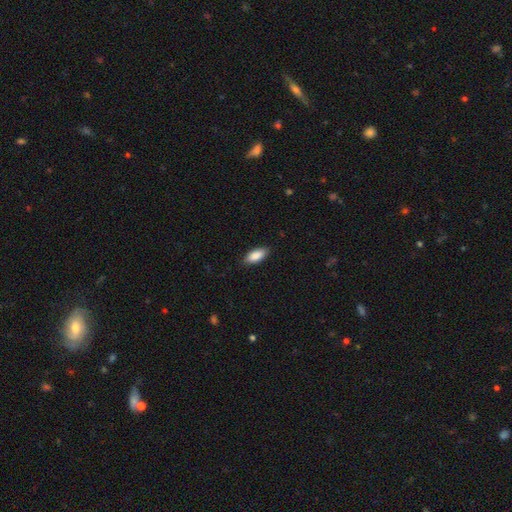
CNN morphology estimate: This appears to be a smooth galaxy with no disk features (88%) that is in between round and cigar-shaped (85%). Merging: none (86%).